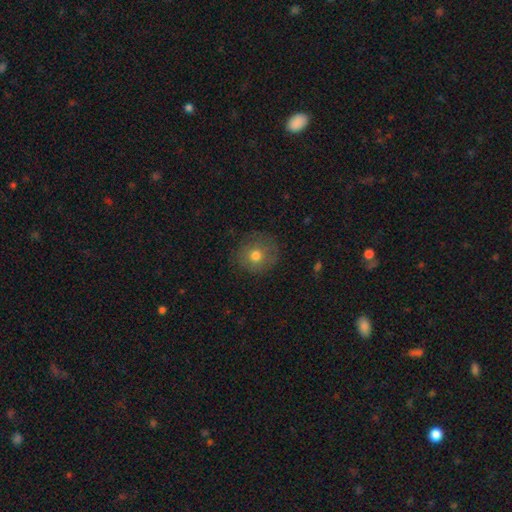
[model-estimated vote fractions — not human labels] A smooth galaxy with no disk features (74%) that is round (91%). Merging: none (82%).